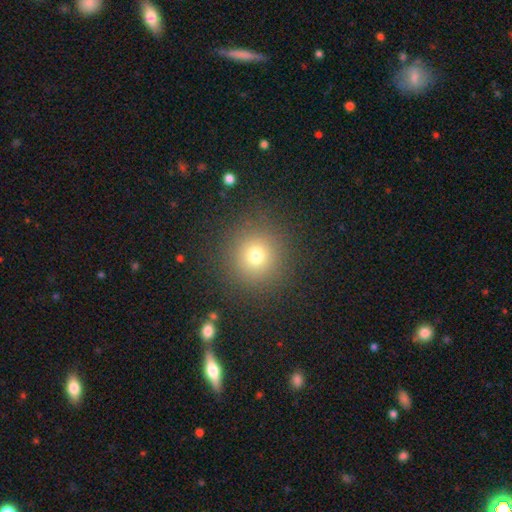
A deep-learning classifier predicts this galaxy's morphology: smooth_or_featured: smooth (p=0.73) [alt: star or artifact p=0.18]
how_rounded: round (p=0.93) [alt: in between p=0.06]
merging: none (p=0.88) [alt: minor disturbance p=0.07]